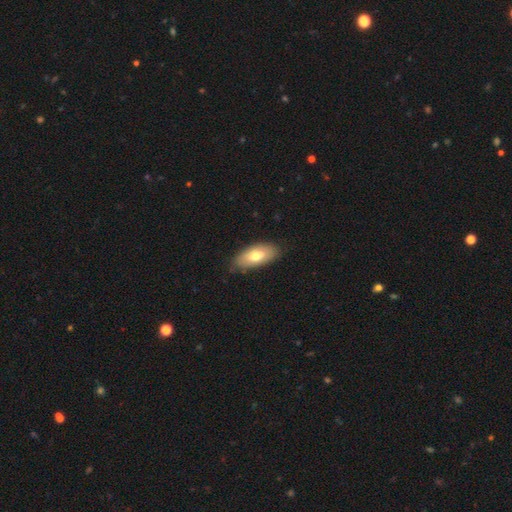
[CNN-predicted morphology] Smooth or featured: smooth — 70% (featured or disk — 24%)
How rounded: in between — 89% (cigar-shaped — 9%)
Merging: none — 81% (minor disturbance — 15%)